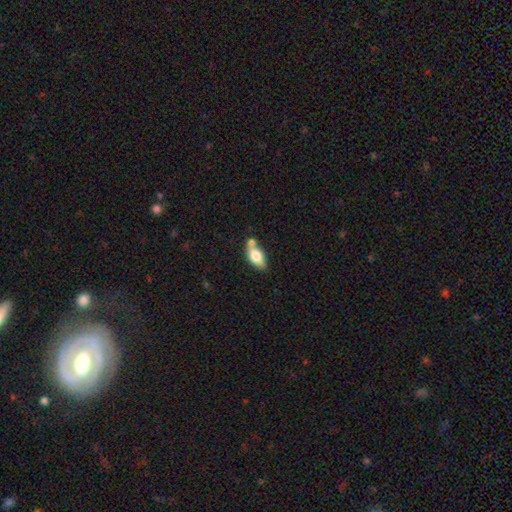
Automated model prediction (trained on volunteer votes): Overall: smooth (72%). How rounded: in between (86%). Merging: none (50%; merger 27%).